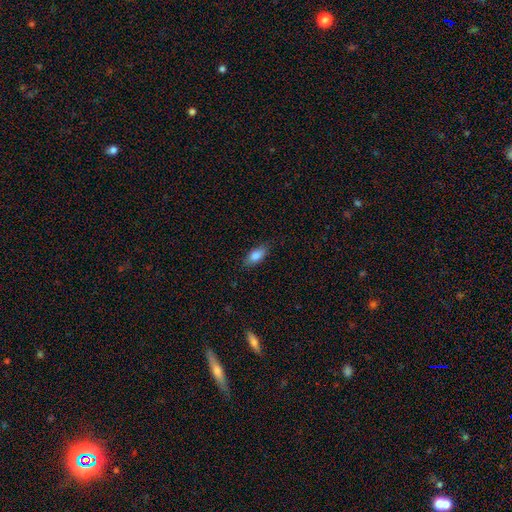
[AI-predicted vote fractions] This is clearly a smooth galaxy (81%). How rounded: clearly in between (83%). Merging: clearly none (83%).